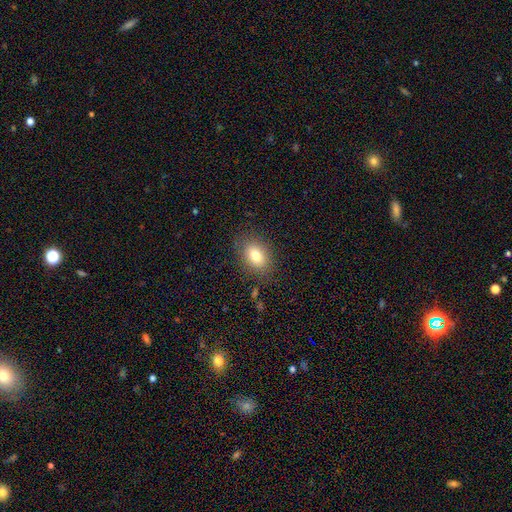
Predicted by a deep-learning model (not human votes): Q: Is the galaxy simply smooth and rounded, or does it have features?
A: smooth — 80%.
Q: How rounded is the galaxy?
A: in between — 78%.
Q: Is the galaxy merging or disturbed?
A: none — 83%.